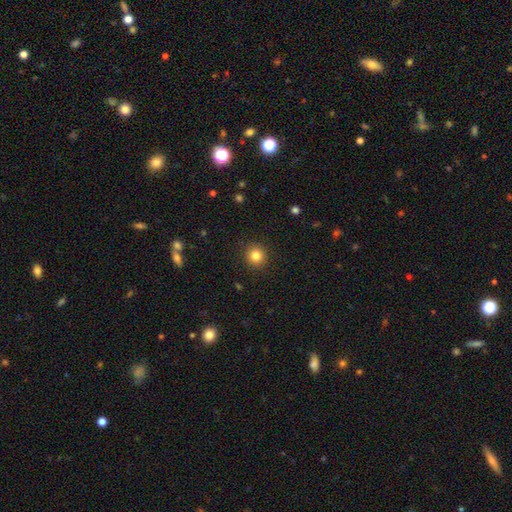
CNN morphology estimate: The model was most divided on "smooth or featured": smooth: 83%, star or artifact: 11%, featured or disk: 6%. More confident: how rounded — round (92%); merging — none (91%).